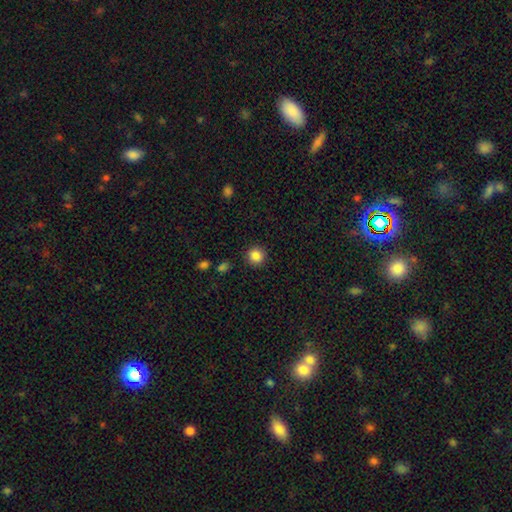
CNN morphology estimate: Smooth or featured? smooth (86%)
How rounded? round (92%)
Merging? none (90%)